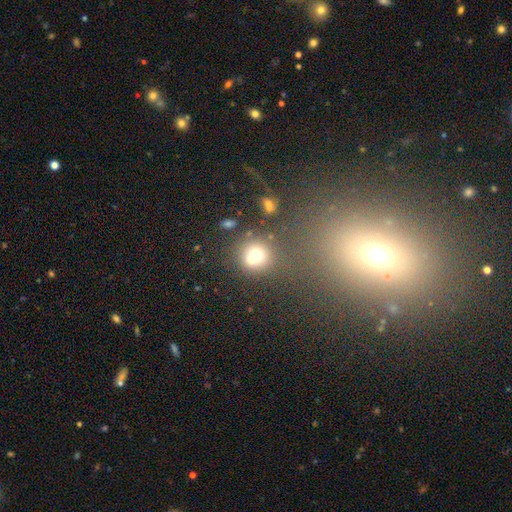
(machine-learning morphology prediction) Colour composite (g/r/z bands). It shows a smooth galaxy with no disk features (65%) that is round (80%). Merging: merger (44%).